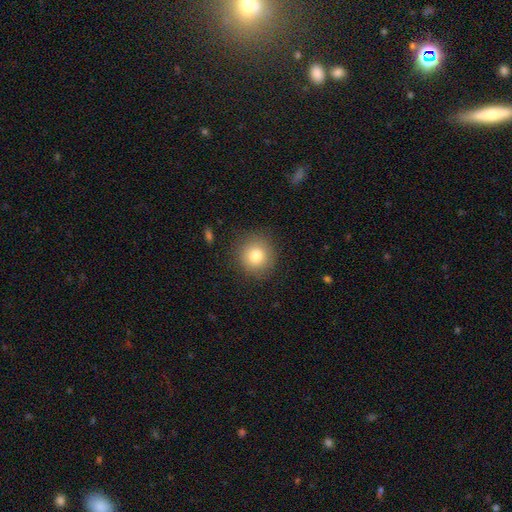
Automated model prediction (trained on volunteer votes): Q: Smooth or featured?
A: smooth (79%); runner-up: star or artifact (11%)
Q: How rounded?
A: round (92%); runner-up: in between (7%)
Q: Merging?
A: none (88%); runner-up: minor disturbance (8%)